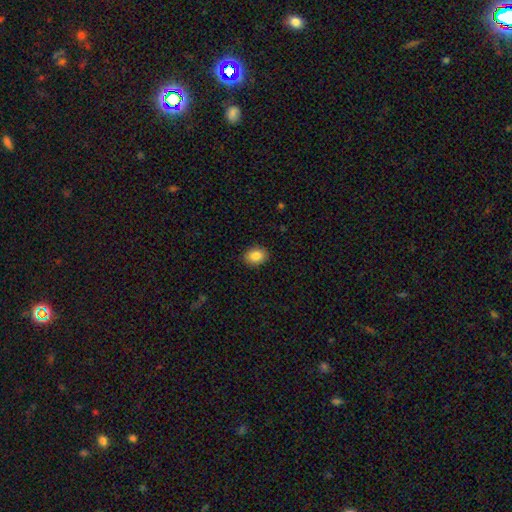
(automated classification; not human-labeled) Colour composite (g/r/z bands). It shows a smooth galaxy with no disk features (87%) that is in between round and cigar-shaped (68%). Merging: none (89%).